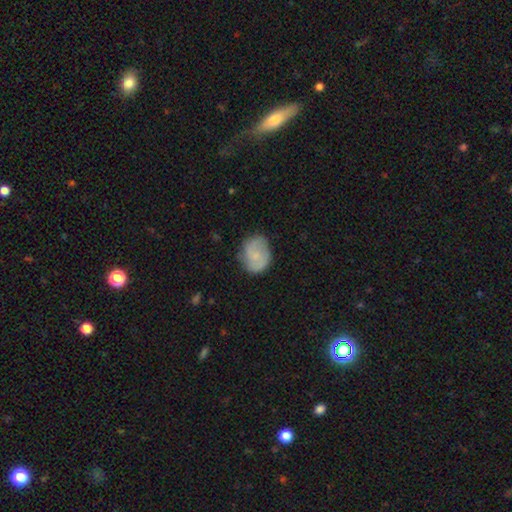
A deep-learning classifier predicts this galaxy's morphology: Q: Smooth or featured?
A: smooth (50%); runner-up: featured or disk (43%)
Q: Merging?
A: none (72%); runner-up: minor disturbance (21%)